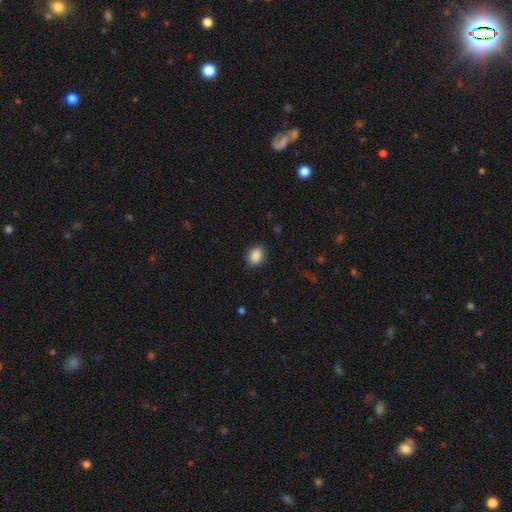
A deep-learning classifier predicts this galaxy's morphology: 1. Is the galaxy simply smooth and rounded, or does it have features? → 89% smooth, 8% star or artifact, 3% featured or disk.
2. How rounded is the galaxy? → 72% in between, 27% round, 1% cigar-shaped.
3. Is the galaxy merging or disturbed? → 86% none, 11% minor disturbance, 3% major disturbance, 1% merger.